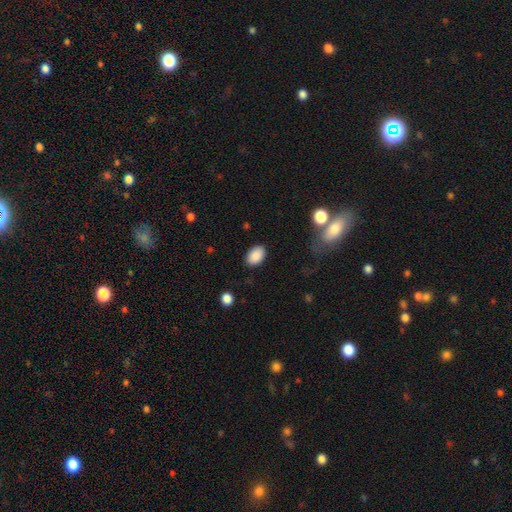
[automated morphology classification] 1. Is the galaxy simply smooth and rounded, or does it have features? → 89% smooth, 7% star or artifact, 4% featured or disk.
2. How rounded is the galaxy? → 87% in between, 12% round, 1% cigar-shaped.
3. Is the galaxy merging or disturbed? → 86% none, 10% minor disturbance, 3% major disturbance, 1% merger.